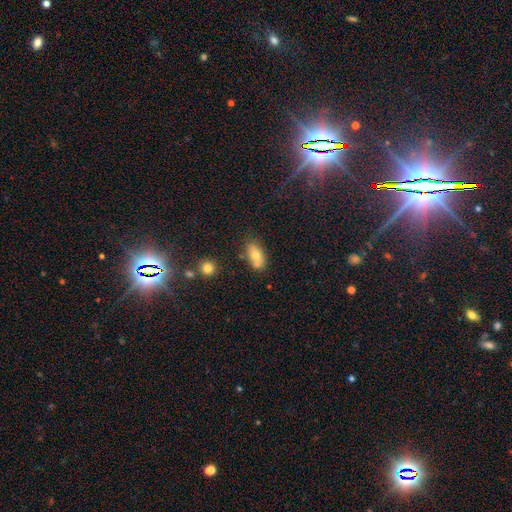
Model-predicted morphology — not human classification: Overall: smooth (70%). How rounded: in between (87%). Merging: none (60%).